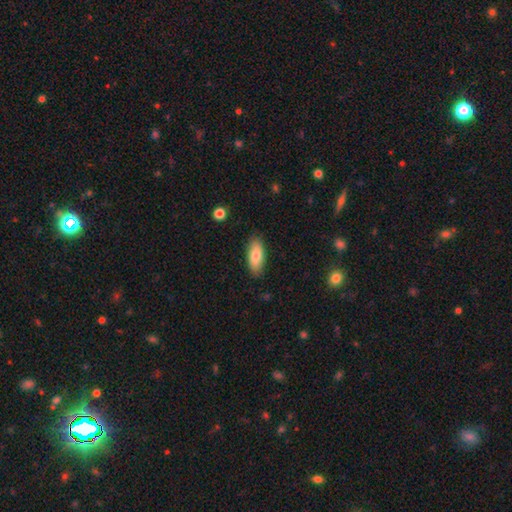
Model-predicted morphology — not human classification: type=smooth (80%); roundness=in between (83%); merging=none (86%).